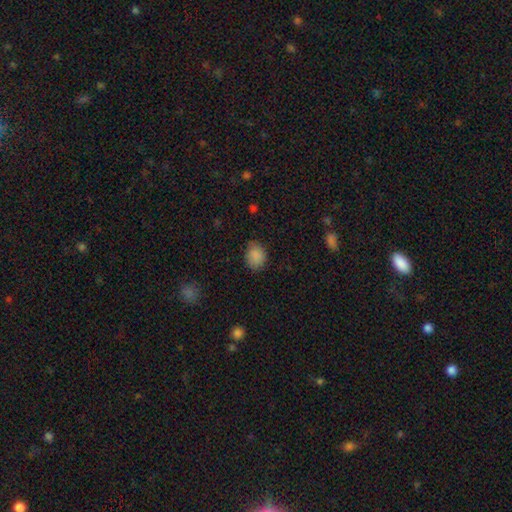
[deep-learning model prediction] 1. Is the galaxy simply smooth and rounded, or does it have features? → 87% smooth, 9% star or artifact, 4% featured or disk.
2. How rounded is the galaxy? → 52% round, 47% in between, 1% cigar-shaped.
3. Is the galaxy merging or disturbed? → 77% none, 18% minor disturbance, 4% major disturbance, 1% merger.